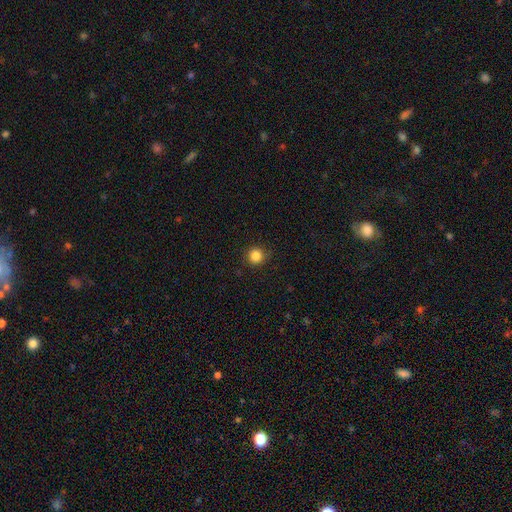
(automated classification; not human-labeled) smooth 85%, star or artifact 11%, featured or disk 4%. Down the decision tree: how rounded — round (94%); merging — none (90%).